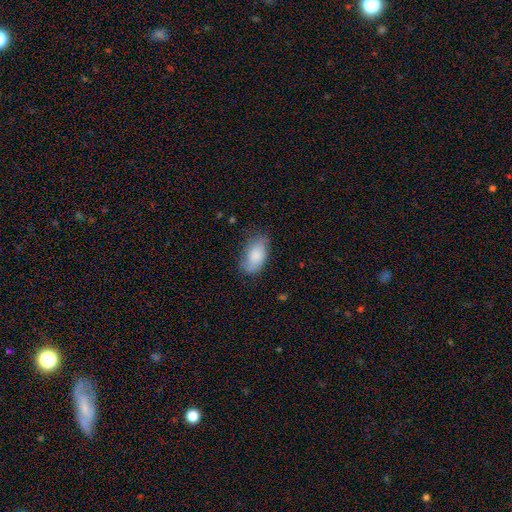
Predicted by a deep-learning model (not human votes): smooth_or_featured: smooth (p=0.83) [alt: featured or disk p=0.11]
how_rounded: in between (p=0.94) [alt: round p=0.04]
merging: none (p=0.68) [alt: minor disturbance p=0.24]